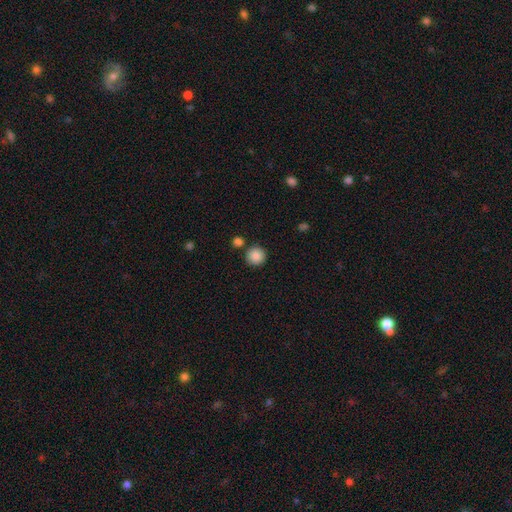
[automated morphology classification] Smooth or featured?
  - smooth: 88% *
  - star or artifact: 8%
  - featured or disk: 3%
How rounded?
  - round: 94% *
  - in between: 5%
  - cigar-shaped: 1%
Merging?
  - none: 84% *
  - merger: 7%
  - minor disturbance: 7%
  - major disturbance: 2%